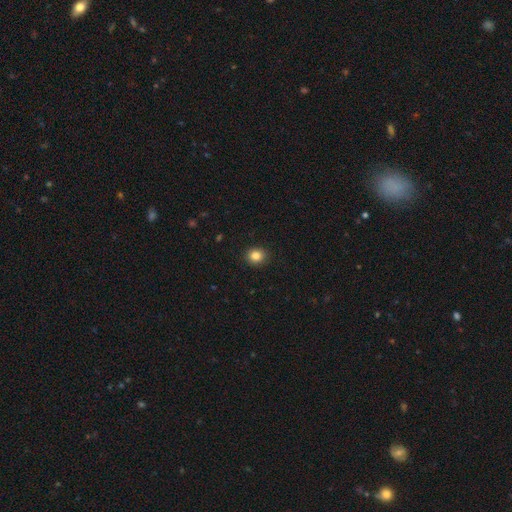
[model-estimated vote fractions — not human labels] smooth-or-featured: smooth: 85% | star or artifact: 10% | featured or disk: 5%
  how-rounded: round: 70% | in between: 30% | cigar-shaped: 1%
  merging: none: 90% | minor disturbance: 7% | major disturbance: 2% | merger: 1%